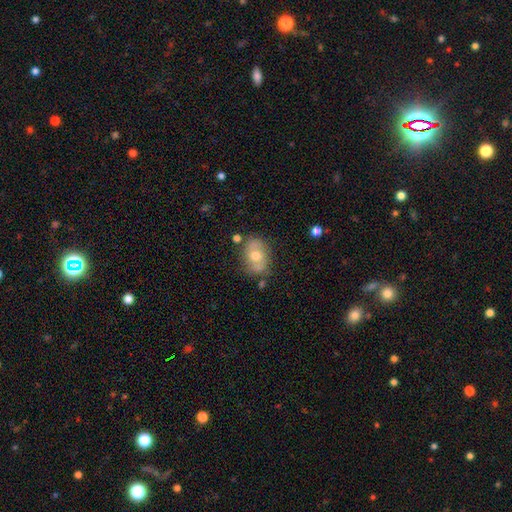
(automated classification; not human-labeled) This appears to be a smooth galaxy with no disk features (52%) that is in between round and cigar-shaped (67%). Merging: none (69%).